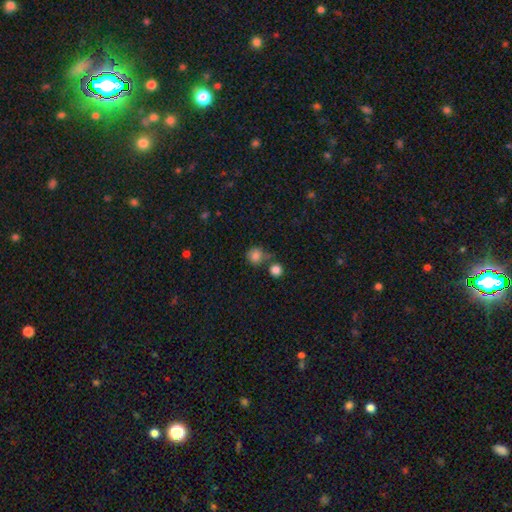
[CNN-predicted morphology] smooth_or_featured: smooth (p=0.81) [alt: star or artifact p=0.12]
how_rounded: round (p=0.86) [alt: in between p=0.13]
merging: none (p=0.59) [alt: merger p=0.22]